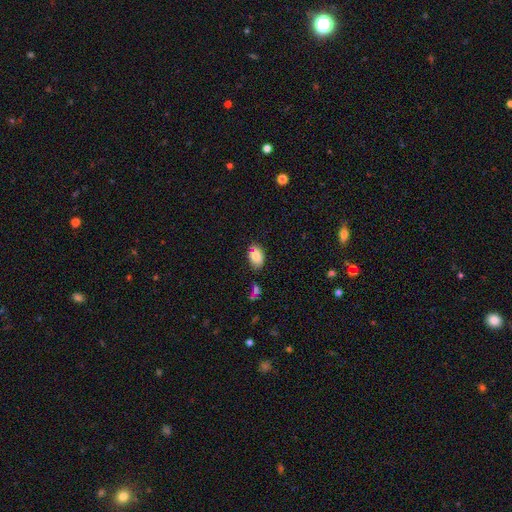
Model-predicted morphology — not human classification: smooth 83%, featured or disk 9%, star or artifact 8%. Down the decision tree: how rounded — in between (90%); merging — none (70%).